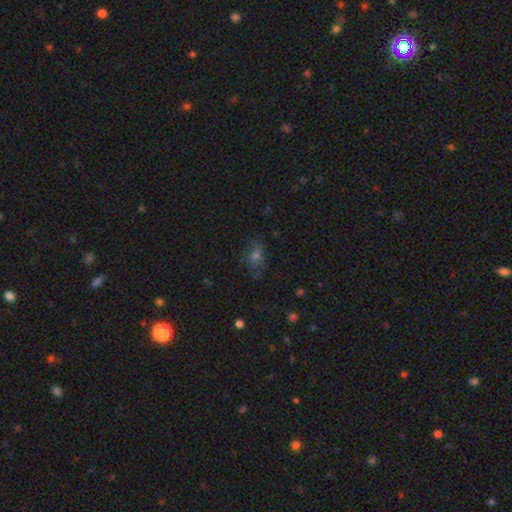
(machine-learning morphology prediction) smooth_or_featured: smooth (p=0.51) [alt: star or artifact p=0.31]
how_rounded: in between (p=0.63) [alt: round p=0.32]
merging: none (p=0.66) [alt: minor disturbance p=0.21]